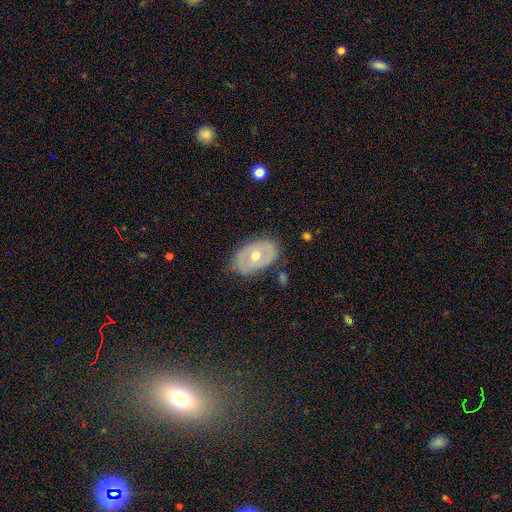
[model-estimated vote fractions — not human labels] This appears to be a featured or disk galaxy (57%) with no bar (78%), no spiral arms (76%) and a moderate central bulge (68%). Merging: none (78%).